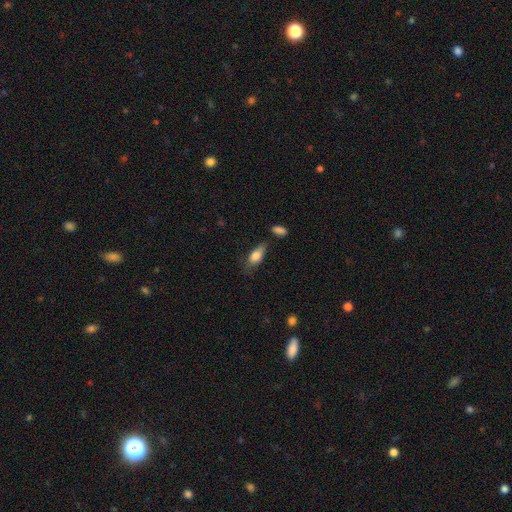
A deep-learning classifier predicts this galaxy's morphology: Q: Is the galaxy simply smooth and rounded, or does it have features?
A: smooth — 79%.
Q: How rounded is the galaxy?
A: in between — 80%.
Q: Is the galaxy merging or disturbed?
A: none — 59%.